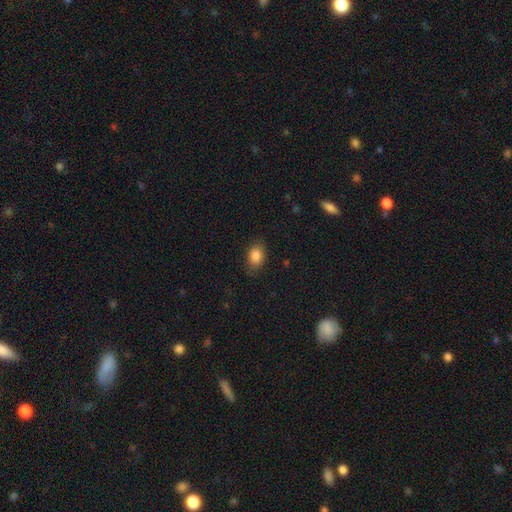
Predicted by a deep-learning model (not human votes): smooth 86%, star or artifact 9%, featured or disk 5%. Down the decision tree: how rounded — in between (78%); merging — none (82%).